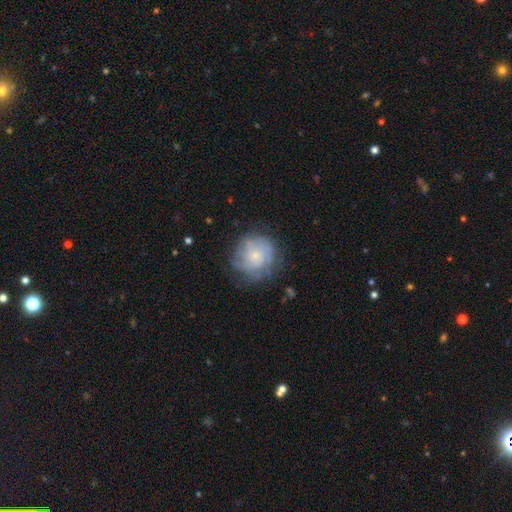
Smooth or featured: featured or disk — 59% (smooth — 38%)
Edge-on disk: no — 96% (yes — 4%)
Bar: no — 86% (weak — 14%)
Spiral arms: yes — 86% (no — 14%)
Spiral winding: tight — 74% (medium — 16%)
Spiral arm count: can't tell — 63% (3 — 16%)
Bulge size: small — 77% (moderate — 18%)
Merging: none — 58% (major disturbance — 26%)